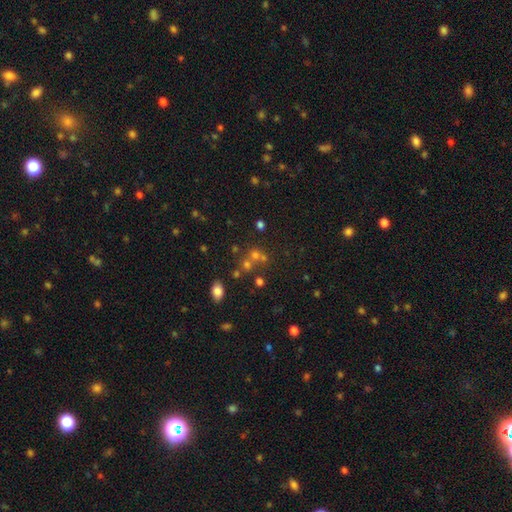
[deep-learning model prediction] A smooth galaxy with no disk features (48%).

Vote fractions:
- Smooth or featured? smooth: 48% / star or artifact: 34% / featured or disk: 18%
- Merging? none: 52% / merger: 34% / minor disturbance: 8% / major disturbance: 5%